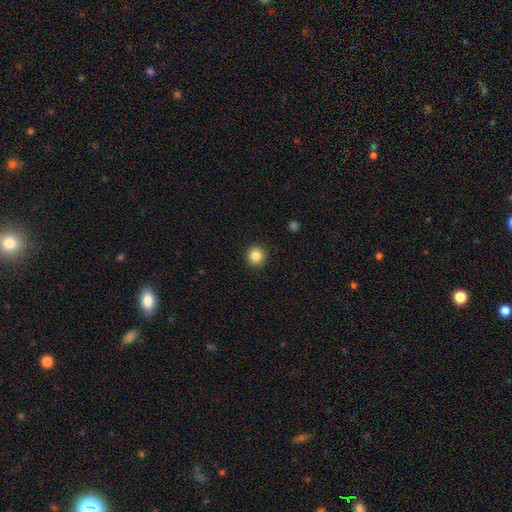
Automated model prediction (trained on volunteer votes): Smooth or featured: smooth — 85% (star or artifact — 10%)
How rounded: round — 94% (in between — 5%)
Merging: none — 92% (minor disturbance — 5%)